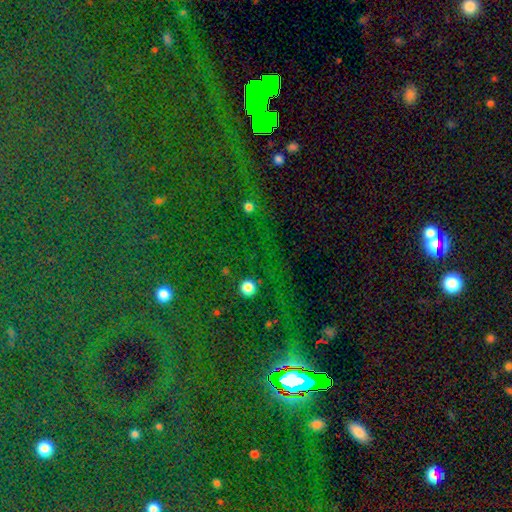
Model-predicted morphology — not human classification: star or artifact 81%, smooth 11%, featured or disk 8%.